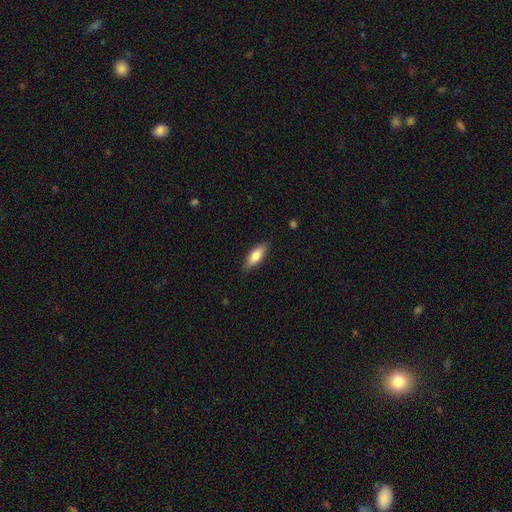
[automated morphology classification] A smooth galaxy with no disk features (75%) that is in between round and cigar-shaped (66%). Merging: none (85%).